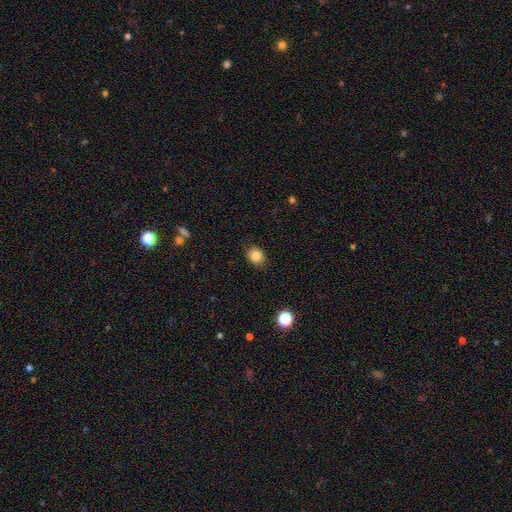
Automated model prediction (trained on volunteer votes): A smooth galaxy with no disk features (83%) that is round (58%).

Vote fractions:
- Smooth or featured? smooth: 83% / star or artifact: 11% / featured or disk: 6%
- How rounded? round: 58% / in between: 41% / cigar-shaped: 1%
- Merging? none: 86% / minor disturbance: 10% / major disturbance: 2% / merger: 1%